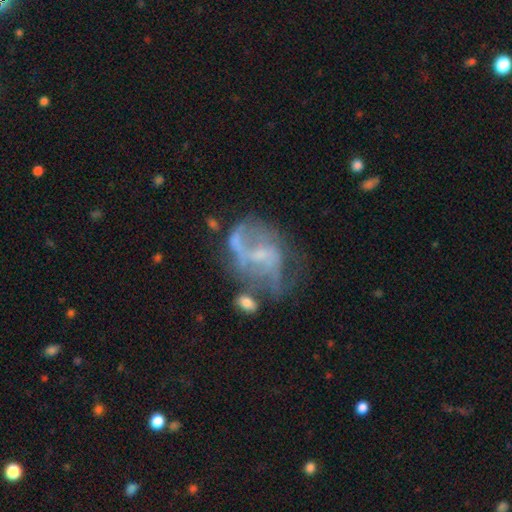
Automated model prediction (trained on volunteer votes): Q: Smooth or featured?
A: featured or disk (71%); runner-up: smooth (16%)
Q: Edge-on disk?
A: no (97%); runner-up: yes (3%)
Q: Bar?
A: no (45%); runner-up: weak (42%)
Q: Spiral arms?
A: yes (70%); runner-up: no (30%)
Q: Bulge size?
A: small (50%); runner-up: none (27%)
Q: Merging?
A: none (41%); runner-up: major disturbance (25%)